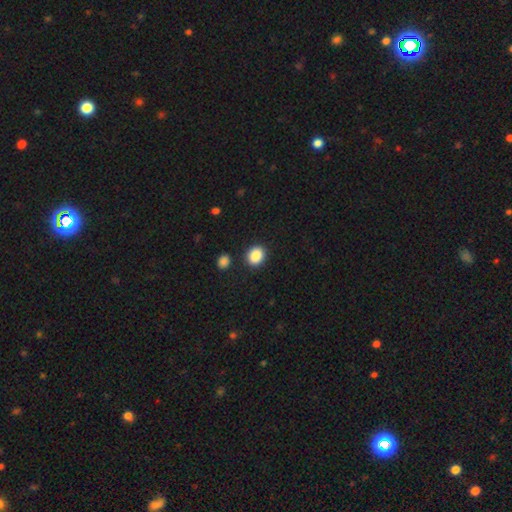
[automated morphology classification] Overall: smooth (88%). How rounded: round (67%; in between 32%). Merging: none (87%).